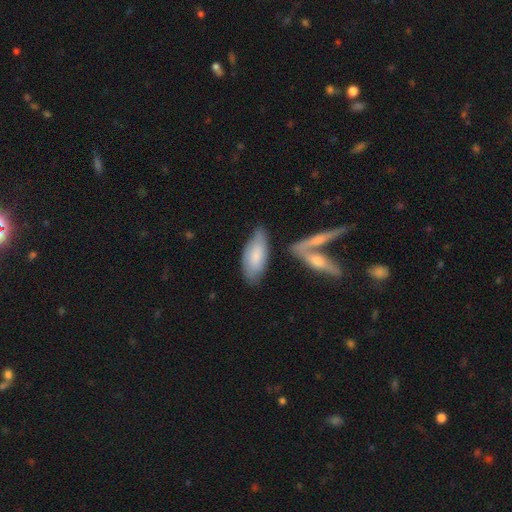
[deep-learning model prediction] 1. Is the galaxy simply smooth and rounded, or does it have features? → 70% smooth, 25% featured or disk, 6% star or artifact.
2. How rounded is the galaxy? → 83% in between, 15% cigar-shaped, 2% round.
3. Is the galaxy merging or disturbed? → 61% none, 21% minor disturbance, 12% merger, 6% major disturbance.